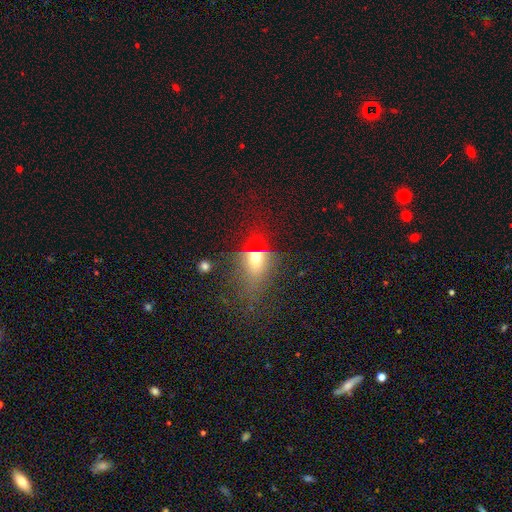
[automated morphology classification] A smooth galaxy with no disk features (50%) that is in between round and cigar-shaped (59%).

Vote fractions:
- Smooth or featured? smooth: 50% / star or artifact: 30% / featured or disk: 20%
- How rounded? in between: 59% / round: 35% / cigar-shaped: 6%
- Merging? none: 54% / major disturbance: 20% / minor disturbance: 18% / merger: 8%